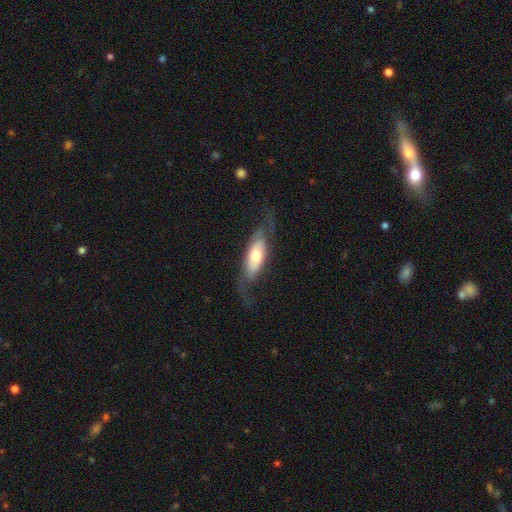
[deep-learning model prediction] Smooth or featured?
  - featured or disk: 59% *
  - smooth: 35%
  - star or artifact: 5%
Edge-on disk?
  - no: 72% *
  - yes: 28%
Merging?
  - none: 62% *
  - minor disturbance: 19%
  - major disturbance: 17%
  - merger: 2%